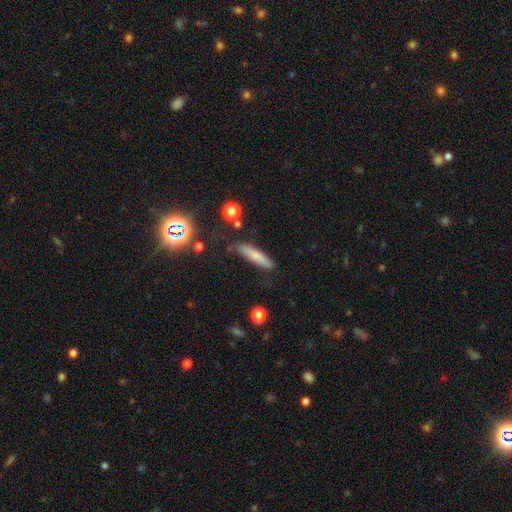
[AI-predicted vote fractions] Smooth or featured? Predicted: smooth (p=0.69). How rounded? Predicted: cigar-shaped (p=0.84). Merging? Predicted: none (p=0.77).